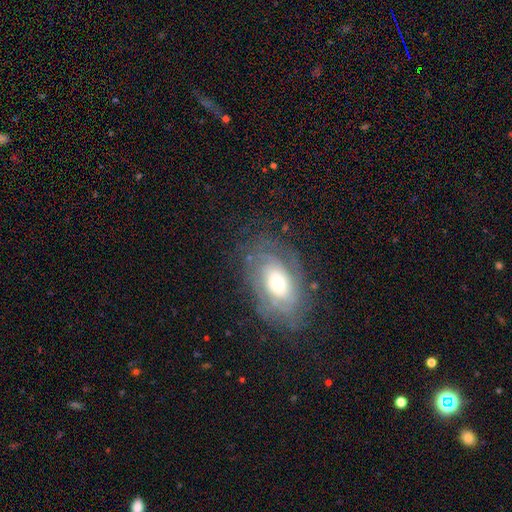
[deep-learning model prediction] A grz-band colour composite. It shows a featured or disk galaxy (51%). Merging: none (79%).